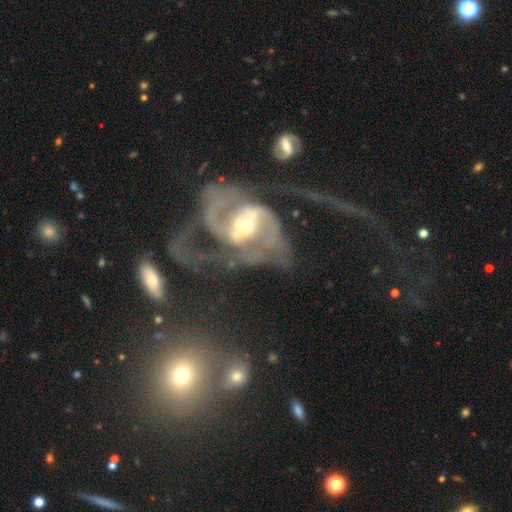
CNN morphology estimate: This is clearly a featured or disk galaxy (89%). It is clearly not viewed edge-on (97%). Bar: marginally weak (41%). Spiral arm pattern: clearly yes (93%). Spiral arm count: possibly 2 (53%). Spiral winding: possibly medium (45%). Central bulge: possibly moderate (60%). Merging: possibly major disturbance (46%).